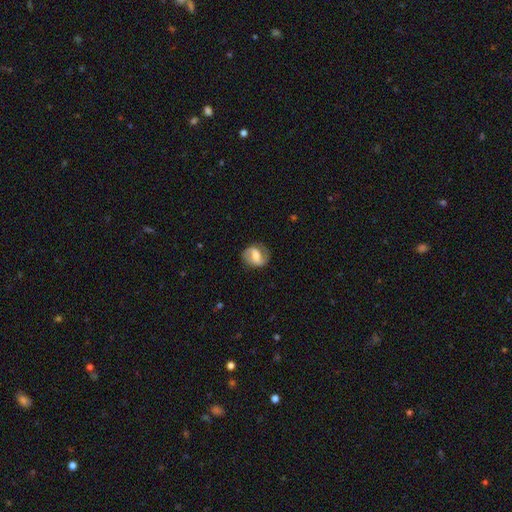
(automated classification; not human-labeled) This appears to be a featured or disk galaxy (70%) with a weak bar (41%), 2 (86%) medium (47%) spiral arms (86%) and a moderate central bulge (47%). Merging: none (78%).